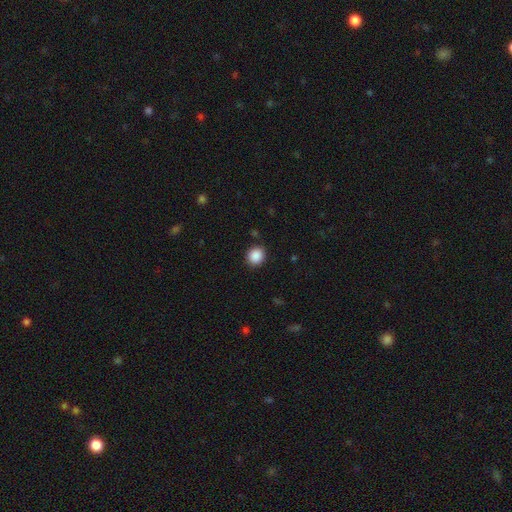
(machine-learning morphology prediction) Q: Smooth or featured?
A: smooth (88%); runner-up: star or artifact (9%)
Q: How rounded?
A: round (83%); runner-up: in between (16%)
Q: Merging?
A: none (88%); runner-up: minor disturbance (8%)